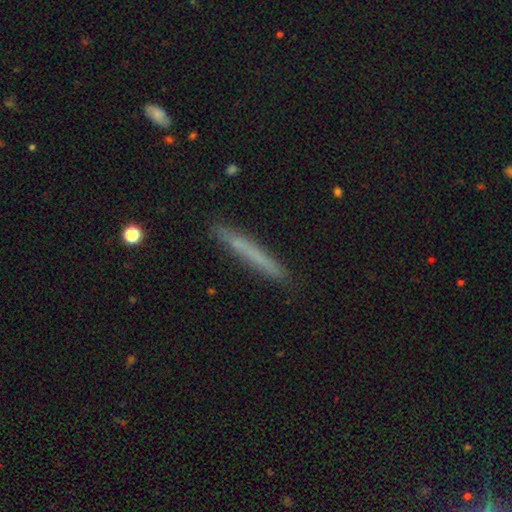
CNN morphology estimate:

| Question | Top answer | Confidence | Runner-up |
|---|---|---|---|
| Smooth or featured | smooth | 63% | featured or disk (31%) |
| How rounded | cigar-shaped | 97% | in between (2%) |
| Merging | none | 89% | minor disturbance (8%) |